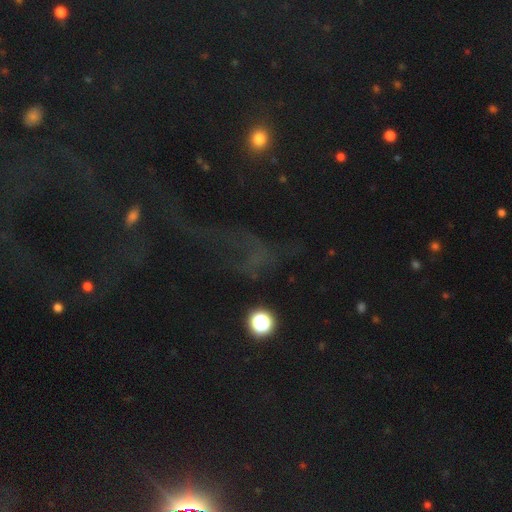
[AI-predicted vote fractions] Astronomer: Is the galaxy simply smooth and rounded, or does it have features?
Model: star or artifact — 44% (runner-up: smooth, 31%).